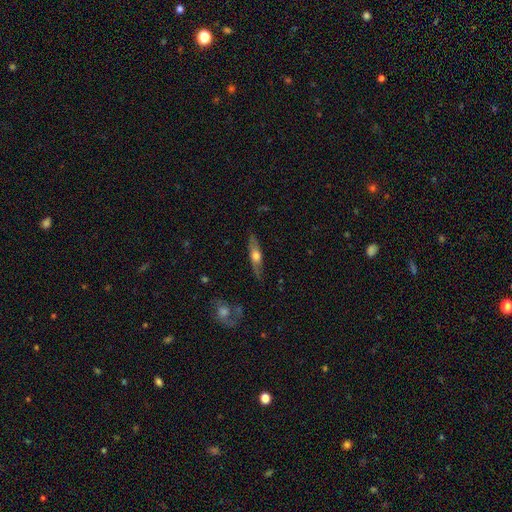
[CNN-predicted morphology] Overall: featured or disk (55%; smooth 39%). Edge-on disk: yes (80%). Merging: none (82%).